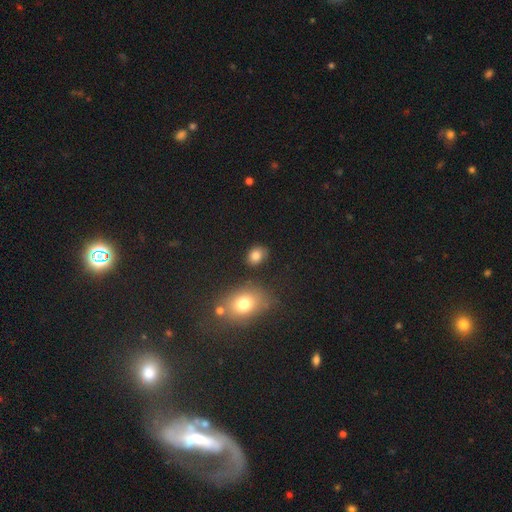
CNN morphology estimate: smooth 82%, star or artifact 11%, featured or disk 7%. Down the decision tree: how rounded — in between (60%); merging — none (81%).